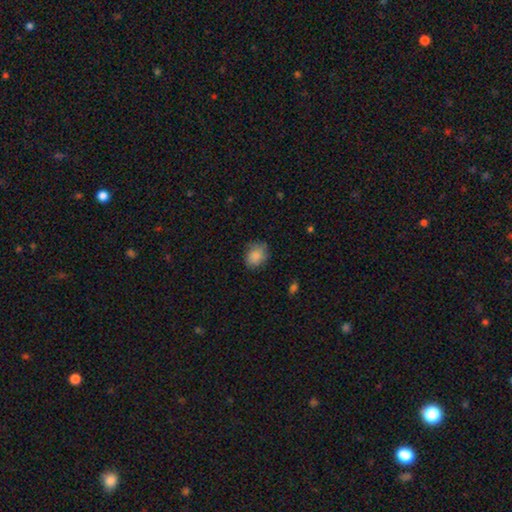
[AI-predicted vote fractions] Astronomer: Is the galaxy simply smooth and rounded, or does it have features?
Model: smooth — 86%.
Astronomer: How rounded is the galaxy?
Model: round — 51% (runner-up: in between, 48%).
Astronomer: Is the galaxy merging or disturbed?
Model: none — 75%.